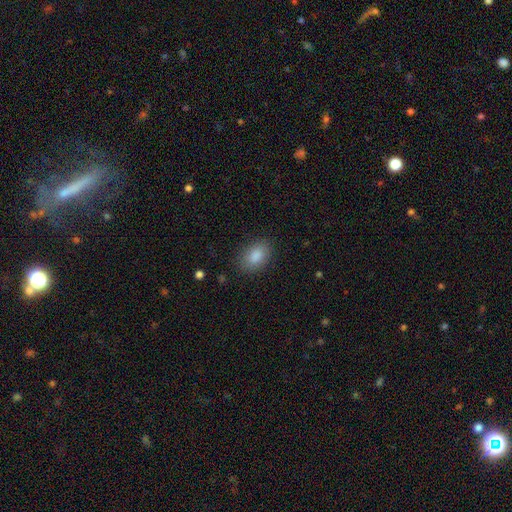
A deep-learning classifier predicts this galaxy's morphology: Smooth or featured? smooth (87%)
How rounded? in between (87%)
Merging? none (84%)